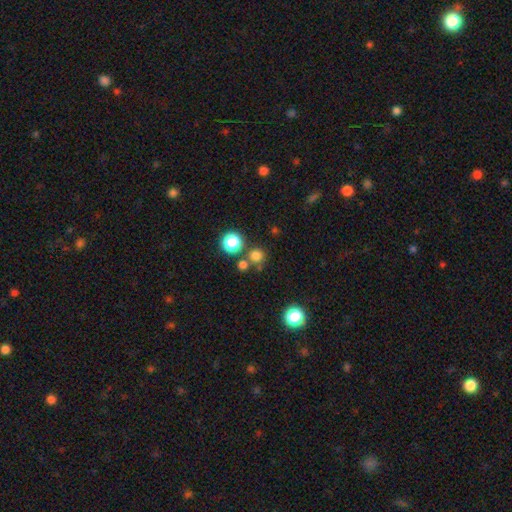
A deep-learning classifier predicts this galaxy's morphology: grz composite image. It shows a smooth galaxy with no disk features (73%) that is round (91%). Merging: none (70%).